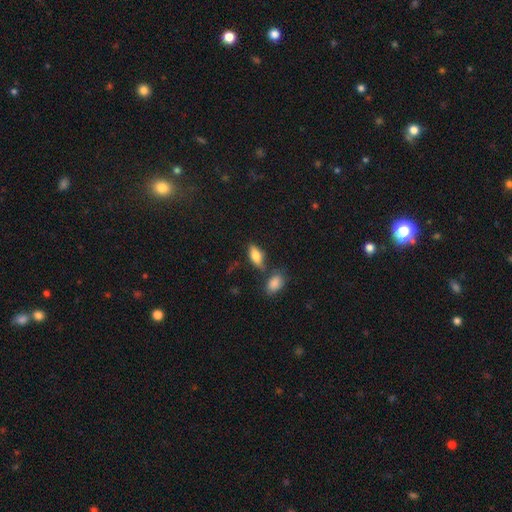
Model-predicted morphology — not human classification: A smooth galaxy with no disk features (70%) that is in between round and cigar-shaped (81%). Merging: none (67%).